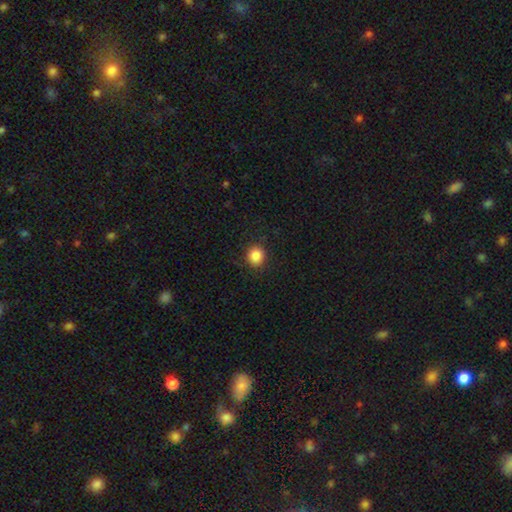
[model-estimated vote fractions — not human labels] Morphology: type=smooth (86%); roundness=round (86%); merging=none (89%).